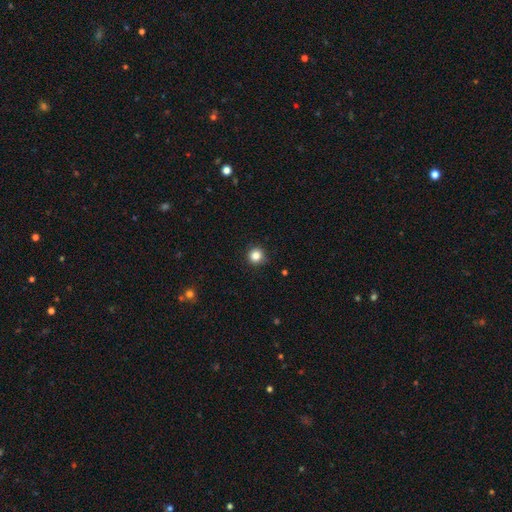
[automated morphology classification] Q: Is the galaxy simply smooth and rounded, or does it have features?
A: smooth — 85%.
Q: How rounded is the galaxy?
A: round — 95%.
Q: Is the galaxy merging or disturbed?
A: none — 90%.